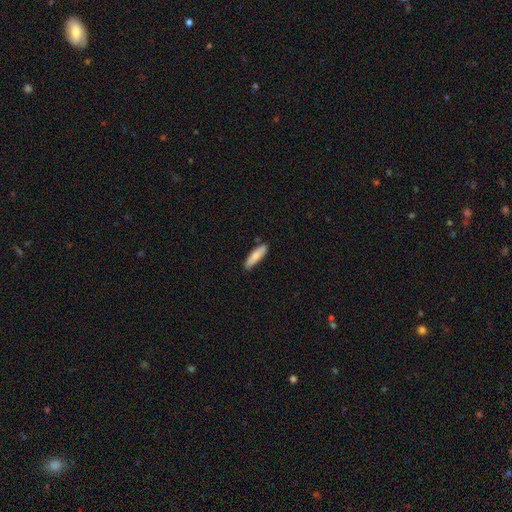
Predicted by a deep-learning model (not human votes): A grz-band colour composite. It shows a smooth galaxy with no disk features (78%) that is cigar-shaped (66%). Merging: none (86%).